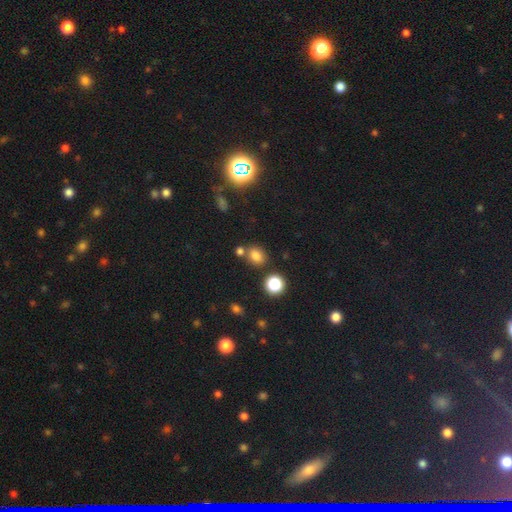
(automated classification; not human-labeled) The model was most divided on "how rounded": round: 50%, in between: 49%, cigar-shaped: 1%. More confident: smooth or featured — smooth (76%); merging — none (68%).